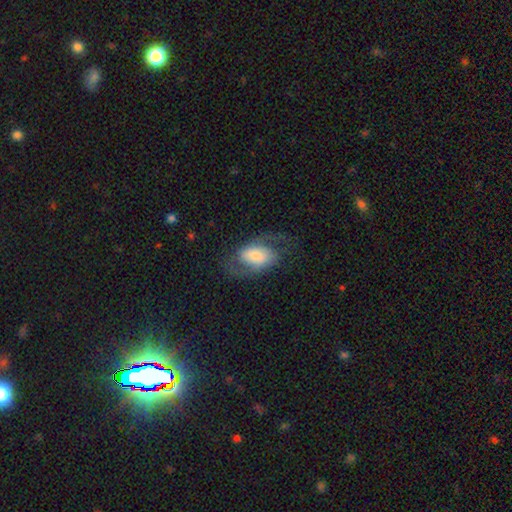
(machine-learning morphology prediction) A featured or disk galaxy (61%) with no bar (45%), spiral arms (85%) and a small central bulge (34%).

Vote fractions:
- Smooth or featured? featured or disk: 61% / smooth: 32% / star or artifact: 7%
- Edge-on disk? no: 95% / yes: 5%
- Bar? no: 45% / weak: 36% / strong: 19%
- Spiral arms? yes: 85% / no: 15%
- Bulge size? small: 34% / moderate: 33% / large: 21% / dominant: 7% / none: 5%
- Merging? none: 61% / major disturbance: 20% / minor disturbance: 18% / merger: 1%